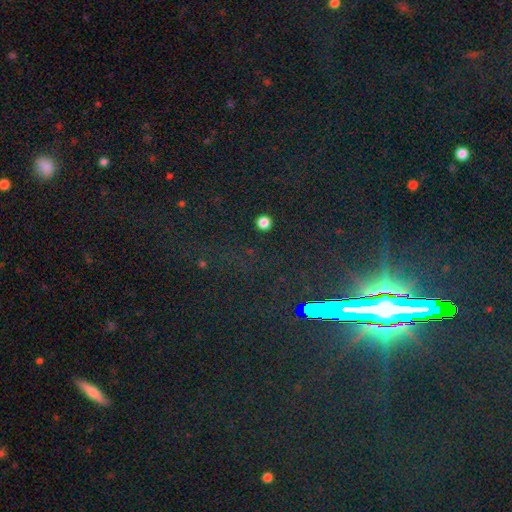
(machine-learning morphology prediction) Smooth or featured: star or artifact — 81% (smooth — 10%)